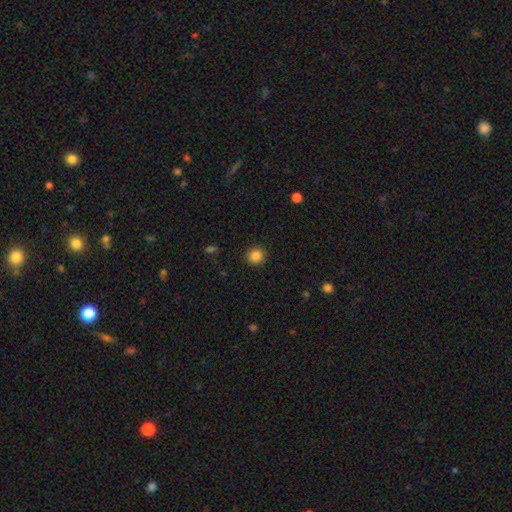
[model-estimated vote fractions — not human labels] Q: Smooth or featured?
A: smooth (86%); runner-up: star or artifact (10%)
Q: How rounded?
A: round (93%); runner-up: in between (6%)
Q: Merging?
A: none (90%); runner-up: minor disturbance (7%)